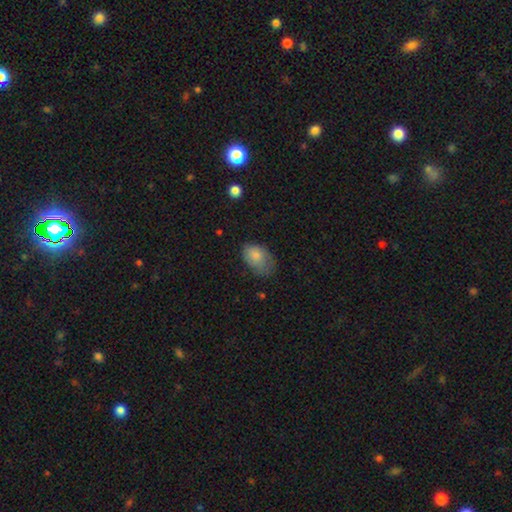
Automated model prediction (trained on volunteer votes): Smooth or featured?
  - smooth: 81% *
  - featured or disk: 12%
  - star or artifact: 8%
How rounded?
  - in between: 83% *
  - round: 16%
  - cigar-shaped: 1%
Merging?
  - none: 45% *
  - minor disturbance: 37%
  - major disturbance: 16%
  - merger: 2%